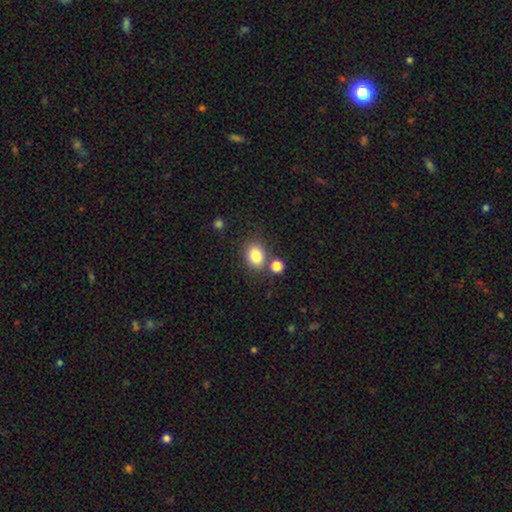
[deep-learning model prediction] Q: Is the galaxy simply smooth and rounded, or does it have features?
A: smooth — 83%.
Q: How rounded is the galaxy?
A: in between — 50%.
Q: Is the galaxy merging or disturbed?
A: none — 71%.